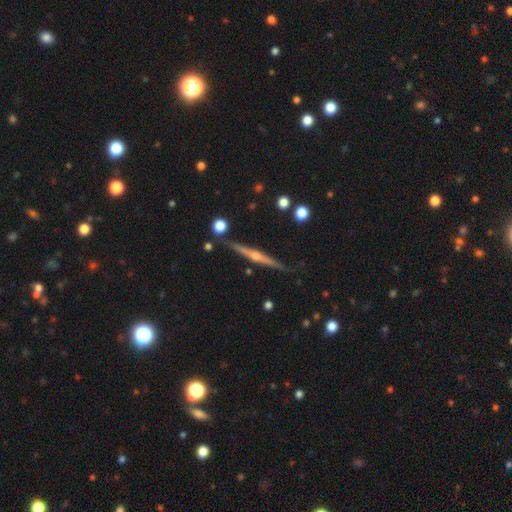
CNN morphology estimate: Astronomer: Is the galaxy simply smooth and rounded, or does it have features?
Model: featured or disk — 82%.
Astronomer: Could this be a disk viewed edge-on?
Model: yes — 98%.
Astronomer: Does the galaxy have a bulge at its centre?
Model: rounded — 86%.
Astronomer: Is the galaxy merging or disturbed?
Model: none — 88%.